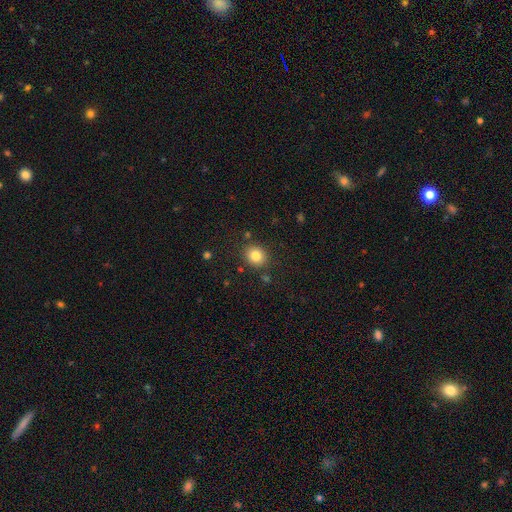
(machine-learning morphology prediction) A smooth galaxy with no disk features (83%) that is round (76%). Merging: none (85%).